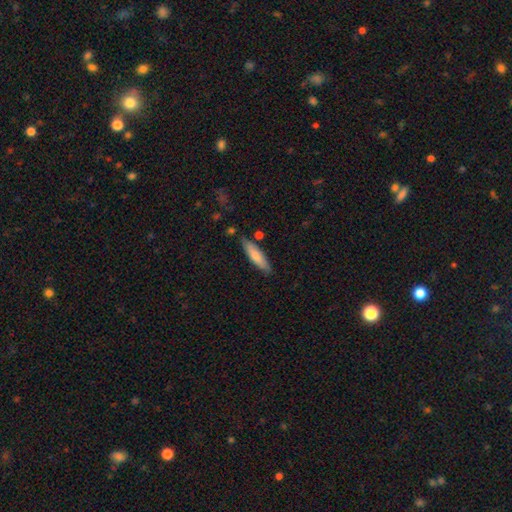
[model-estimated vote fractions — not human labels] Smooth or featured?
  - smooth: 76% *
  - featured or disk: 18%
  - star or artifact: 6%
How rounded?
  - cigar-shaped: 68% *
  - in between: 30%
  - round: 1%
Merging?
  - none: 80% *
  - minor disturbance: 13%
  - merger: 4%
  - major disturbance: 2%